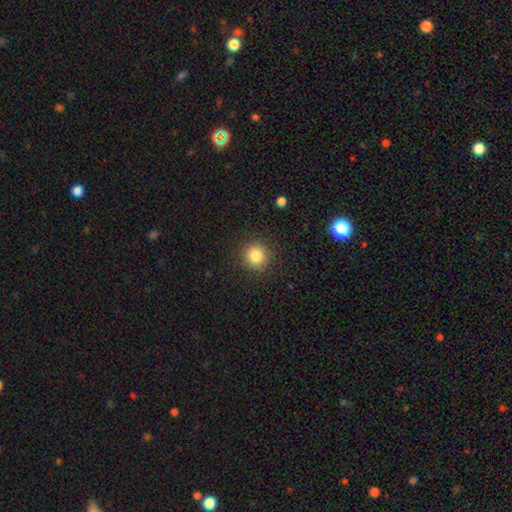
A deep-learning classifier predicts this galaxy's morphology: This is clearly a smooth galaxy (83%). How rounded: clearly round (94%). Merging: clearly none (90%).